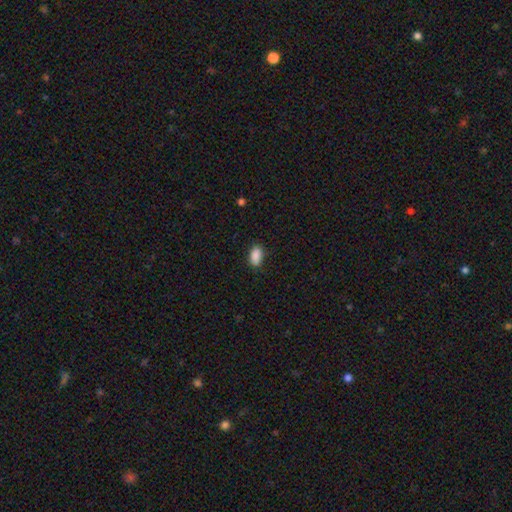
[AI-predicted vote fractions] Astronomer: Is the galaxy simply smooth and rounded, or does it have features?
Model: smooth — 89%.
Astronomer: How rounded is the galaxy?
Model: in between — 91%.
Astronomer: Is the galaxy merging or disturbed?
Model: none — 82%.